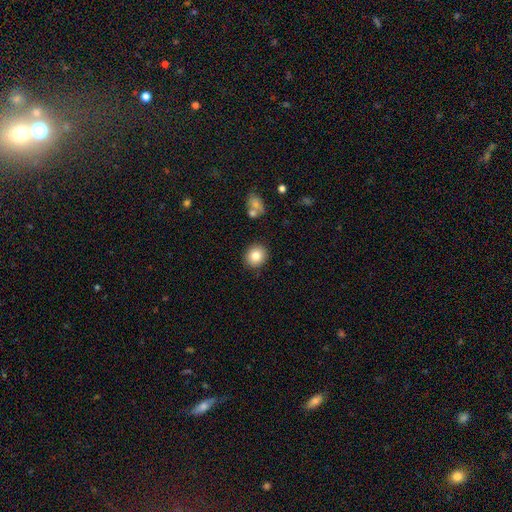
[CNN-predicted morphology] Overall: smooth (83%). How rounded: round (80%). Merging: none (87%).